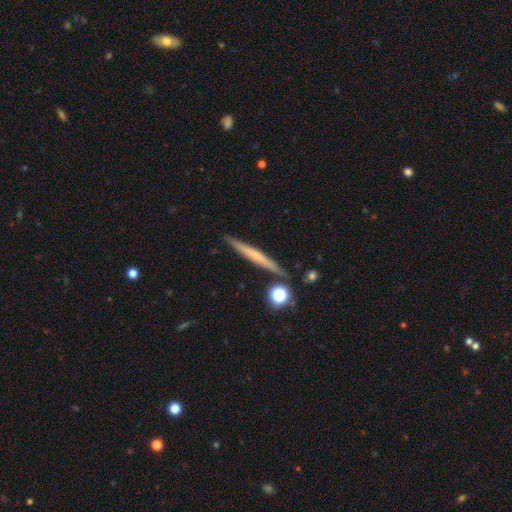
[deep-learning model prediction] This is possibly a featured or disk galaxy (57%). It is clearly viewed edge-on (96%). Edge-on bulge: possibly none (49%). Merging: clearly none (85%).